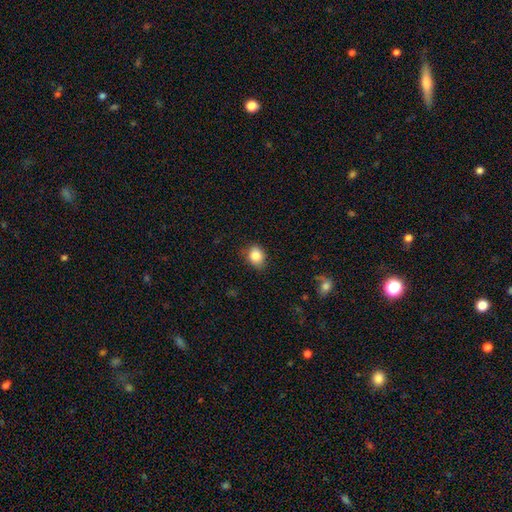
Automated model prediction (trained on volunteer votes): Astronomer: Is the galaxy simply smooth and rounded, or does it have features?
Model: smooth — 85%.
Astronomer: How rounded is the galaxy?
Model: round — 51% (runner-up: in between, 48%).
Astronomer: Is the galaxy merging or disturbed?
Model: none — 78%.